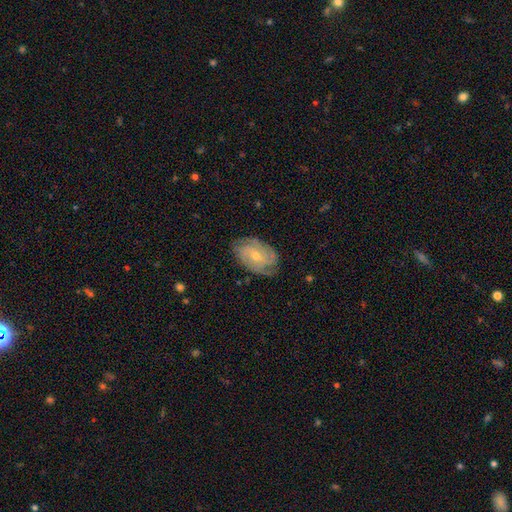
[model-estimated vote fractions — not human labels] Smooth or featured: featured or disk — 80% (smooth — 14%)
Edge-on disk: no — 96% (yes — 4%)
Bar: no — 53% (weak — 38%)
Spiral arms: yes — 94% (no — 6%)
Spiral winding: tight — 62% (medium — 30%)
Spiral arm count: 3 — 28% (2 — 26%)
Bulge size: small — 49% (moderate — 48%)
Merging: none — 78% (minor disturbance — 16%)